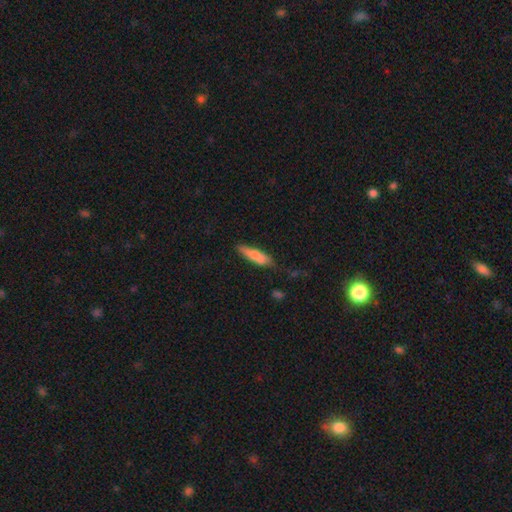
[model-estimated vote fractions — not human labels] This appears to be a smooth galaxy with no disk features (77%) that is cigar-shaped (74%). Merging: none (71%).